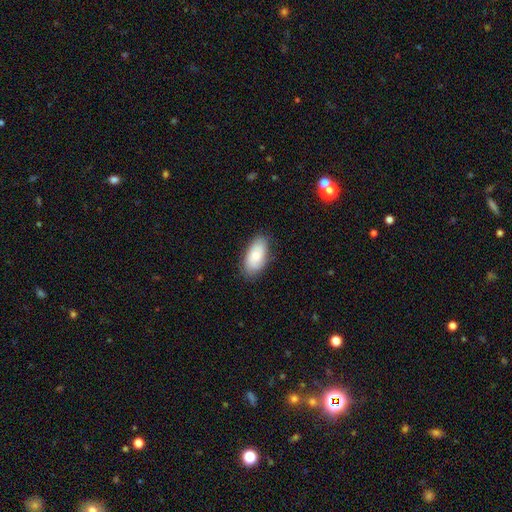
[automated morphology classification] smooth-or-featured: smooth: 72% | featured or disk: 22% | star or artifact: 6%
  how-rounded: in between: 93% | cigar-shaped: 4% | round: 3%
  merging: none: 81% | minor disturbance: 15% | major disturbance: 3% | merger: 1%